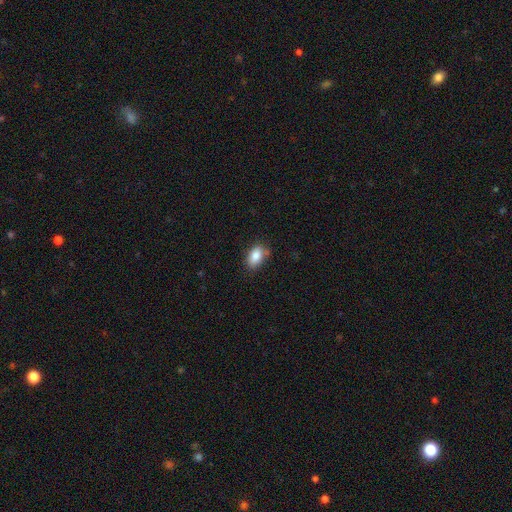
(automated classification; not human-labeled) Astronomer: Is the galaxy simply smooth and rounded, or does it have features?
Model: smooth — 85%.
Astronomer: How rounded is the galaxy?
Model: in between — 88%.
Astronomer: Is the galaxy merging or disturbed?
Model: none — 75%.